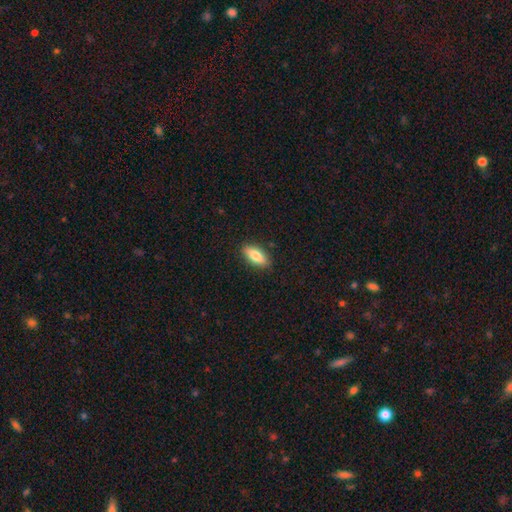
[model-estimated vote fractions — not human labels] A smooth galaxy with no disk features (80%) that is in between round and cigar-shaped (80%).

Vote fractions:
- Smooth or featured? smooth: 80% / featured or disk: 14% / star or artifact: 6%
- How rounded? in between: 80% / cigar-shaped: 18% / round: 3%
- Merging? none: 88% / minor disturbance: 9% / major disturbance: 2% / merger: 1%